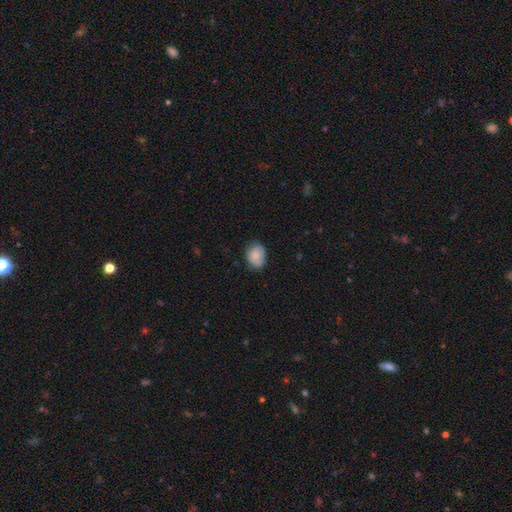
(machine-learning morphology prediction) This appears to be a smooth galaxy with no disk features (83%) that is in between round and cigar-shaped (60%). Merging: none (74%).